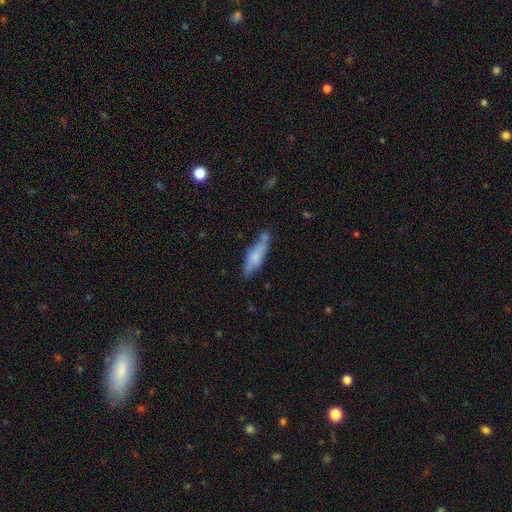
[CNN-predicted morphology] Smooth or featured? Predicted: smooth (p=0.62). How rounded? Predicted: cigar-shaped (p=0.62). Merging? Predicted: none (p=0.63).